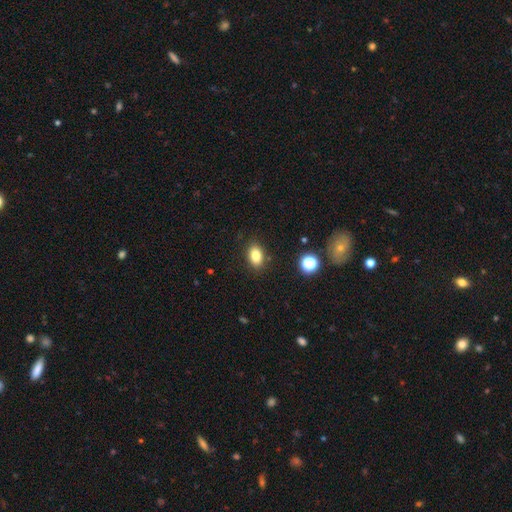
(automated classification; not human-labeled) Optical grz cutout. It shows a smooth galaxy with no disk features (83%) that is in between round and cigar-shaped (84%). Merging: none (87%).